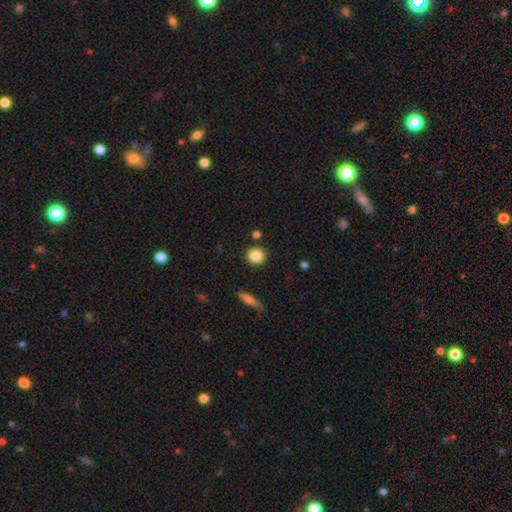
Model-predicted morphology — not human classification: The model was most divided on "smooth or featured": smooth: 85%, star or artifact: 9%, featured or disk: 6%. More confident: how rounded — round (91%); merging — none (88%).